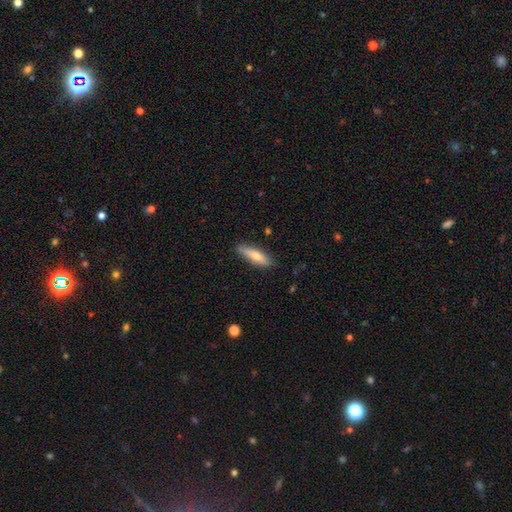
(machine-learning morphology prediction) Smooth or featured?
  - smooth: 61% *
  - featured or disk: 34%
  - star or artifact: 6%
How rounded?
  - cigar-shaped: 70% *
  - in between: 28%
  - round: 2%
Merging?
  - none: 85% *
  - minor disturbance: 12%
  - major disturbance: 2%
  - merger: 1%